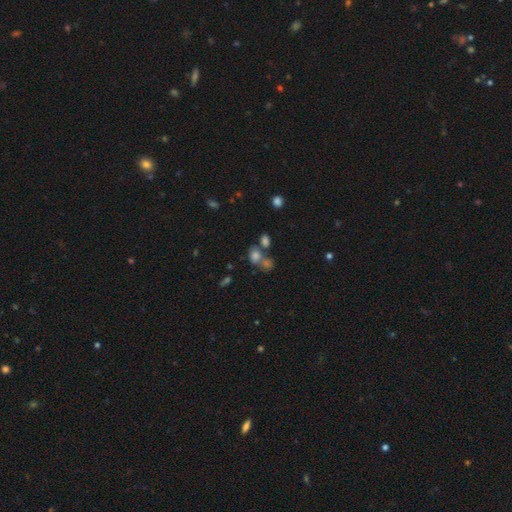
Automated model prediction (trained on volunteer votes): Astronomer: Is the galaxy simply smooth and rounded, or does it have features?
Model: smooth — 70%.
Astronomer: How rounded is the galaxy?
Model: in between — 55% (runner-up: round, 43%).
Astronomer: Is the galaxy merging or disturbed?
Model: merger — 46% (runner-up: none, 36%).